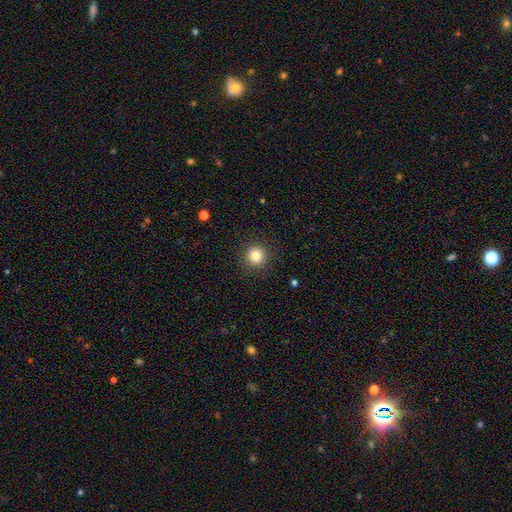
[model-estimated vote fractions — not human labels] Smooth or featured? Predicted: smooth (p=0.83). How rounded? Predicted: round (p=0.95). Merging? Predicted: none (p=0.91).